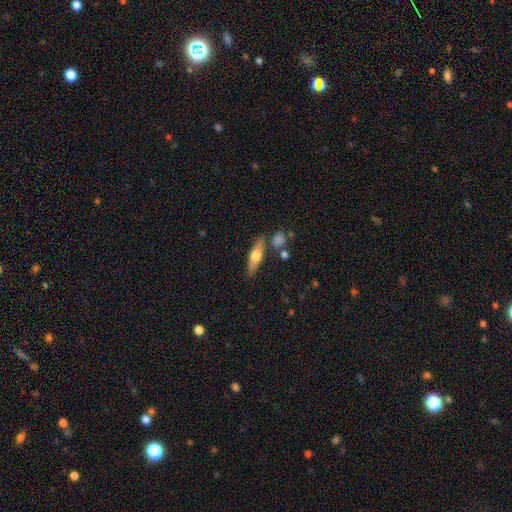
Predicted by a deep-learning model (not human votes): This appears to be a featured or disk galaxy (51%) viewed edge-on (92%). Merging: none (79%).